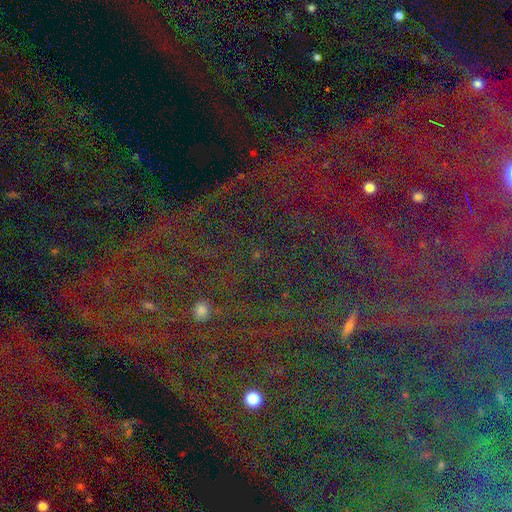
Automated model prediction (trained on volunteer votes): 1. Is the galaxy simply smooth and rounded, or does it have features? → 84% star or artifact, 8% smooth, 8% featured or disk.